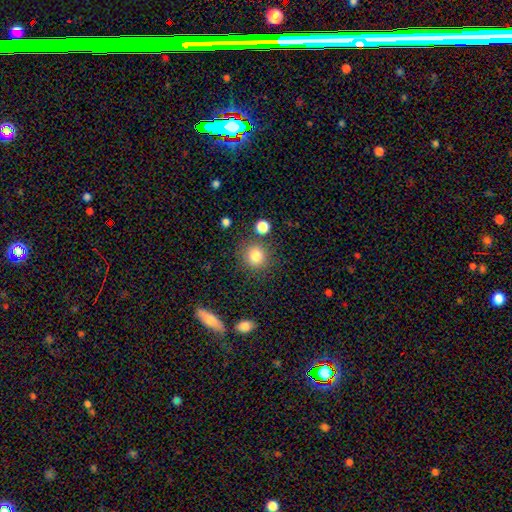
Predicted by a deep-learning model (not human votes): This is clearly a smooth galaxy (83%). How rounded: clearly round (89%). Merging: clearly none (82%).